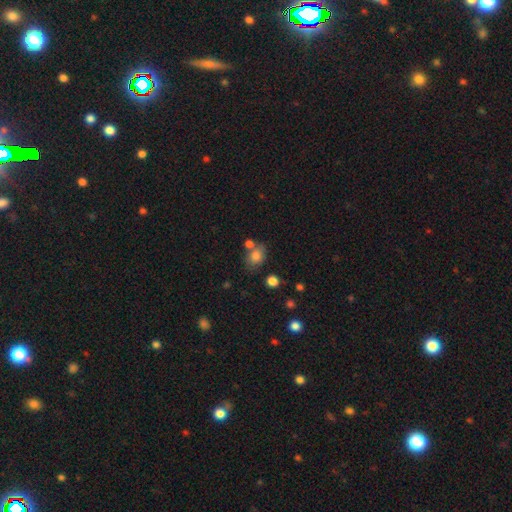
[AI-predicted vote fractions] The model was most divided on "how rounded": in between: 61%, round: 37%, cigar-shaped: 1%. More confident: smooth or featured — smooth (80%); merging — none (58%).